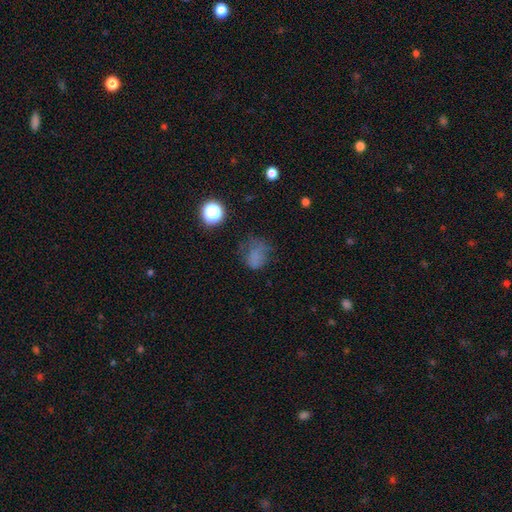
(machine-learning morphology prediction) Q: Smooth or featured?
A: smooth (61%); runner-up: star or artifact (22%)
Q: How rounded?
A: round (56%); runner-up: in between (43%)
Q: Merging?
A: none (45%); runner-up: minor disturbance (27%)